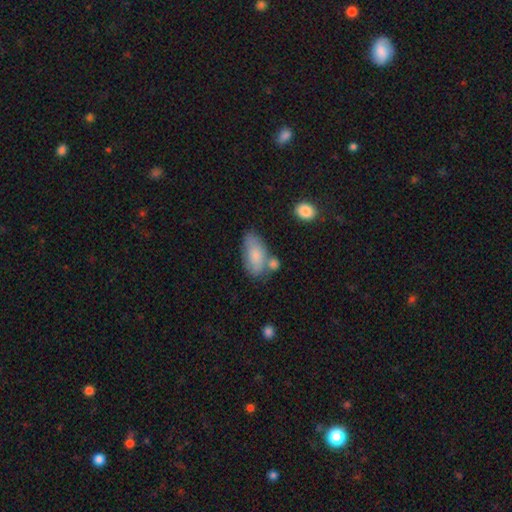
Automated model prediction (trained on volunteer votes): A smooth galaxy with no disk features (77%) that is in between round and cigar-shaped (90%).

Vote fractions:
- Smooth or featured? smooth: 77% / featured or disk: 17% / star or artifact: 6%
- How rounded? in between: 90% / cigar-shaped: 6% / round: 3%
- Merging? none: 51% / minor disturbance: 22% / merger: 20% / major disturbance: 7%